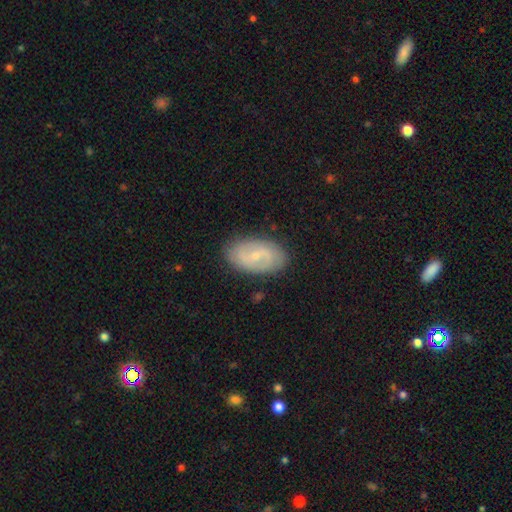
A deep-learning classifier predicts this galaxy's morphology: This is likely a featured or disk galaxy (63%). It is clearly not viewed edge-on (95%). Bar: possibly weak (56%). Spiral arm pattern: likely yes (79%). Central bulge: likely small (70%). Merging: clearly none (84%).